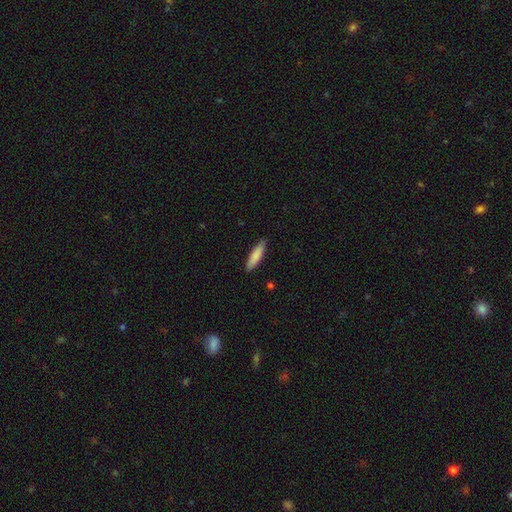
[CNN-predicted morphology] Overall: smooth (85%). How rounded: cigar-shaped (71%). Merging: none (87%).